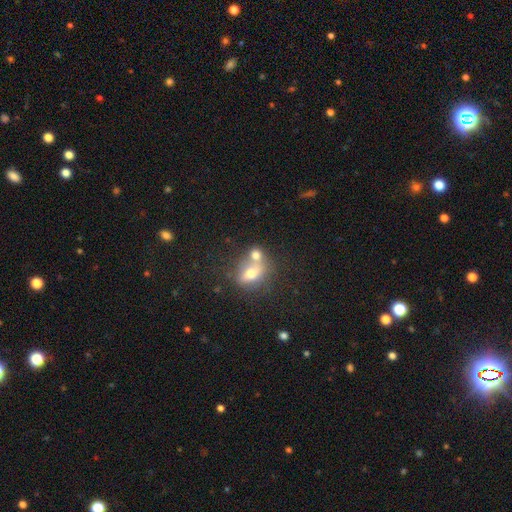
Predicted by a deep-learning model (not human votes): Morphology: type=smooth (65%); roundness=in between (55%); merging=merger (55%).